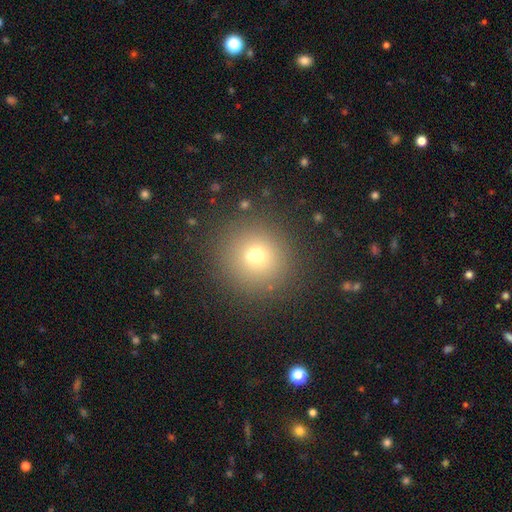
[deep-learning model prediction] smooth-or-featured: smooth: 66% | star or artifact: 18% | featured or disk: 17%
  how-rounded: round: 91% | in between: 8% | cigar-shaped: 1%
  merging: none: 65% | merger: 23% | minor disturbance: 8% | major disturbance: 4%